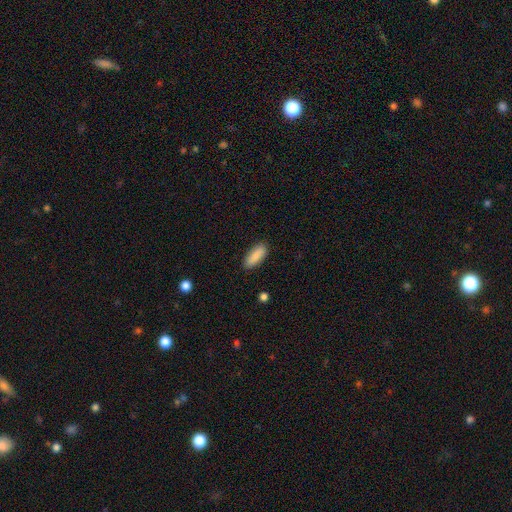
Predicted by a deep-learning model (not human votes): This appears to be a smooth galaxy with no disk features (89%) that is in between round and cigar-shaped (67%). Merging: none (87%).